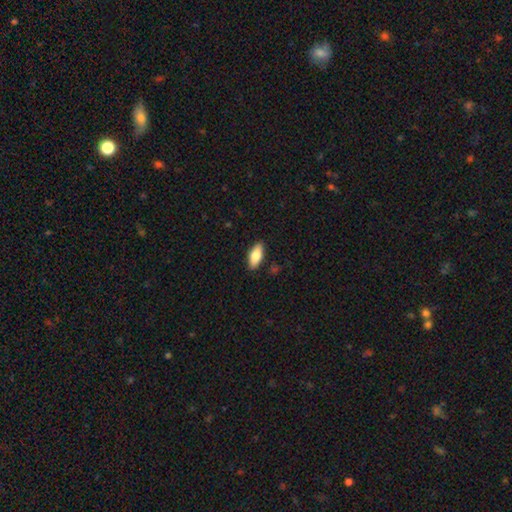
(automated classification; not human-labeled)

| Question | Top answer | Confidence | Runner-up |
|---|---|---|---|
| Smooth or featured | smooth | 79% | featured or disk (15%) |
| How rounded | in between | 83% | cigar-shaped (15%) |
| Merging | none | 88% | minor disturbance (9%) |